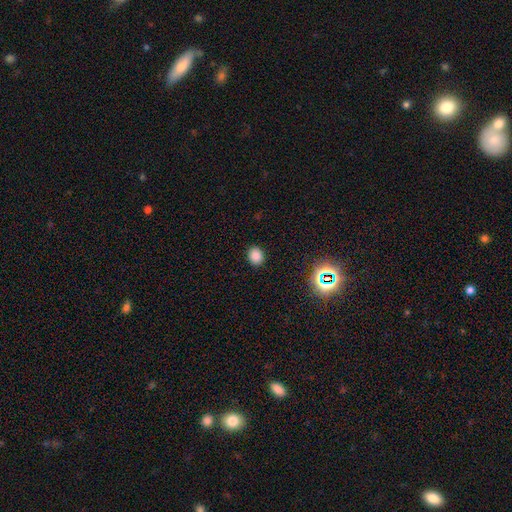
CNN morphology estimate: This is clearly a smooth galaxy (82%). How rounded: possibly round (52%). Merging: clearly none (89%).